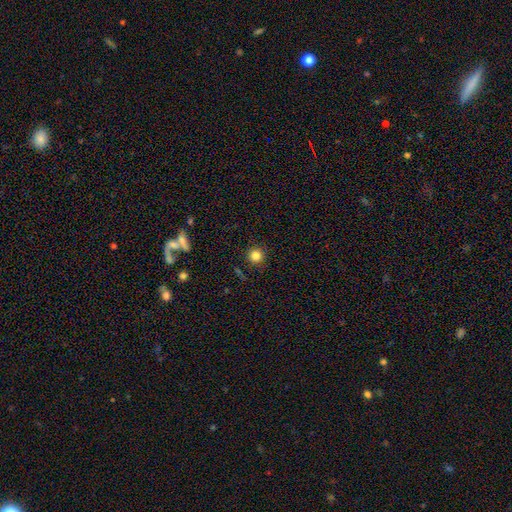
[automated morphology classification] A smooth galaxy with no disk features (83%) that is round (95%). Merging: none (90%).